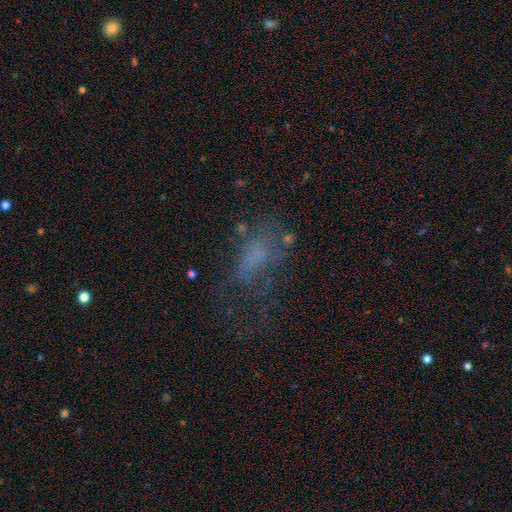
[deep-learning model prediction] The model was most divided on "smooth or featured": smooth: 41%, featured or disk: 38%, star or artifact: 21%. Remaining: merging — major disturbance (42%).